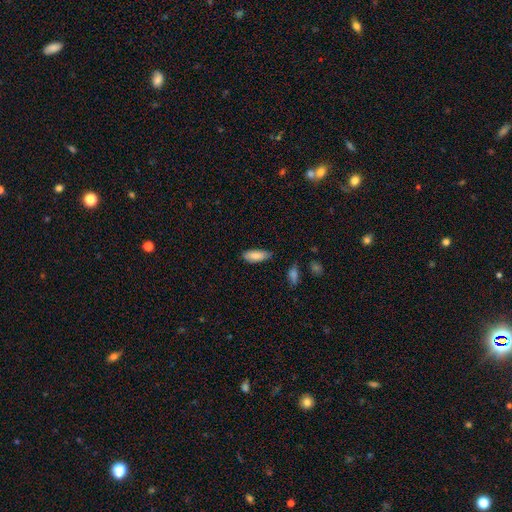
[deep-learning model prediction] Smooth or featured? Predicted: smooth (p=0.85). How rounded? Predicted: in between (p=0.76). Merging? Predicted: none (p=0.73).